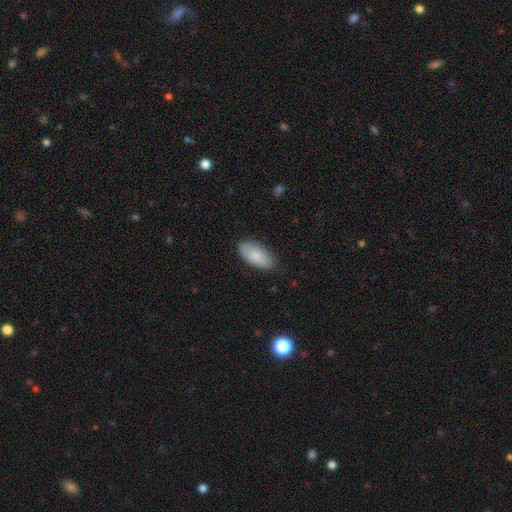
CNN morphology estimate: Overall: smooth (85%). How rounded: in between (93%). Merging: none (84%).